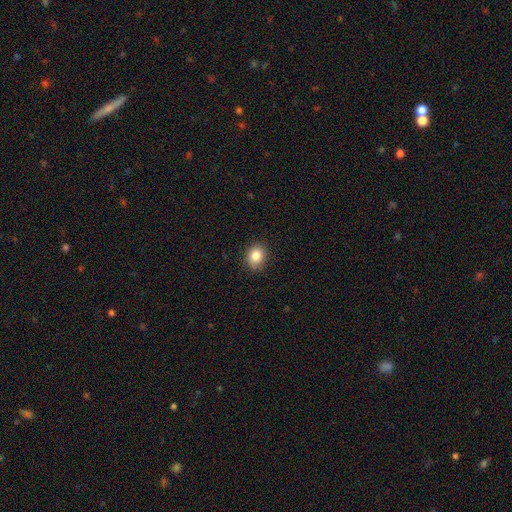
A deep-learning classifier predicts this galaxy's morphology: A smooth galaxy with no disk features (85%) that is round (55%). Merging: none (87%).